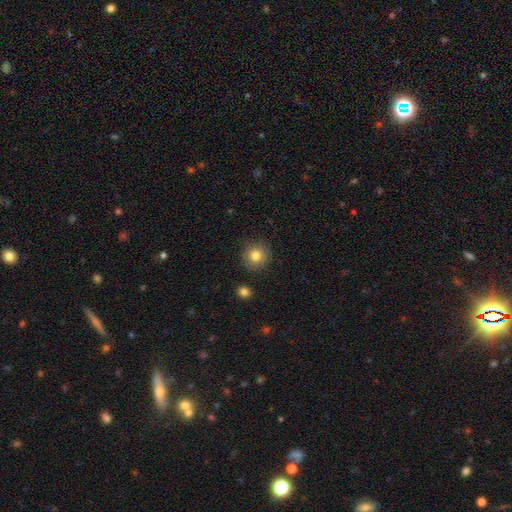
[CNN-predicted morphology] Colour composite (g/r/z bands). It shows a smooth galaxy with no disk features (80%) that is round (93%). Merging: none (89%).